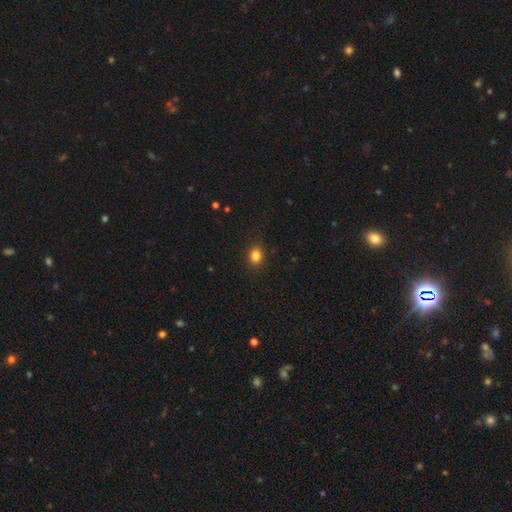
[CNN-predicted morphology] Smooth or featured?
  - smooth: 84% *
  - star or artifact: 11%
  - featured or disk: 4%
How rounded?
  - round: 60% *
  - in between: 39%
  - cigar-shaped: 1%
Merging?
  - none: 89% *
  - minor disturbance: 8%
  - major disturbance: 2%
  - merger: 1%